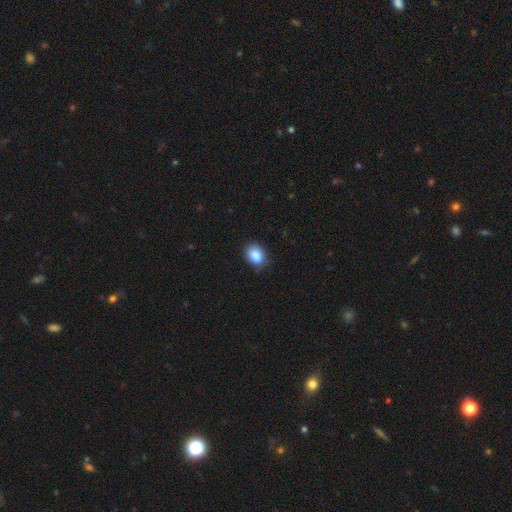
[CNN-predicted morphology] smooth-or-featured: smooth: 87% | star or artifact: 8% | featured or disk: 5%
  how-rounded: in between: 70% | round: 29% | cigar-shaped: 1%
  merging: none: 77% | minor disturbance: 18% | major disturbance: 3% | merger: 1%